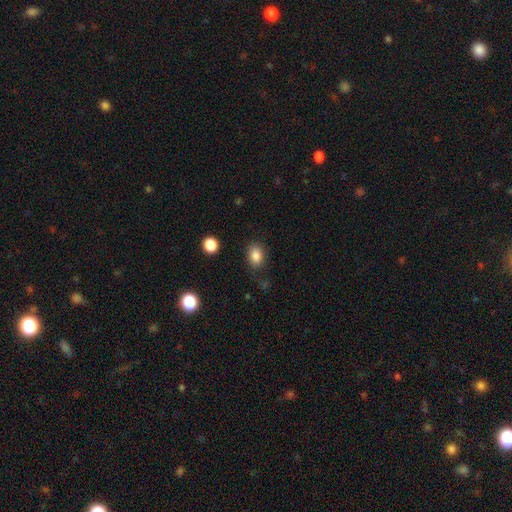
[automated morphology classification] Smooth or featured: smooth — 85% (star or artifact — 10%)
How rounded: in between — 72% (round — 27%)
Merging: none — 80% (minor disturbance — 14%)